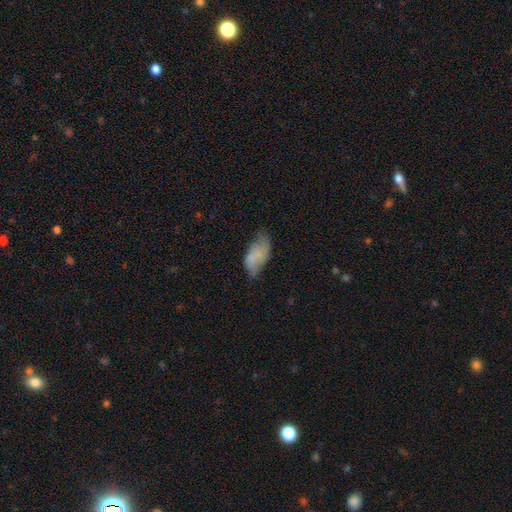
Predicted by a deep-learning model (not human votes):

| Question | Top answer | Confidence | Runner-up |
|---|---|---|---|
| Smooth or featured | smooth | 68% | featured or disk (23%) |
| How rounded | in between | 93% | cigar-shaped (5%) |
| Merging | none | 43% | minor disturbance (38%) |